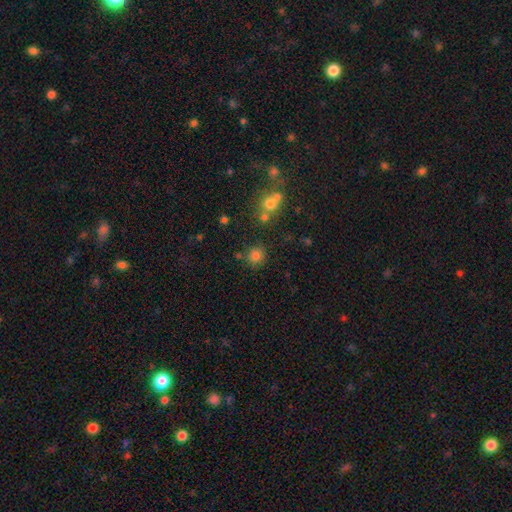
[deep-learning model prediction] Q: Smooth or featured?
A: smooth (78%); runner-up: star or artifact (15%)
Q: How rounded?
A: round (87%); runner-up: in between (12%)
Q: Merging?
A: none (78%); runner-up: minor disturbance (10%)